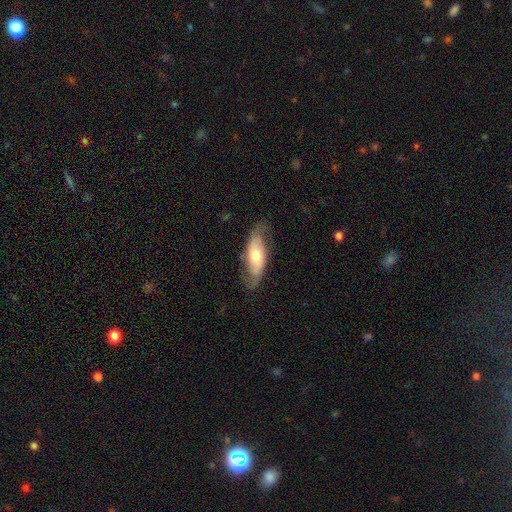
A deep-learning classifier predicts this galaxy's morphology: Overall: featured or disk (59%; smooth 36%). Edge-on disk: no (82%). Merging: none (74%).